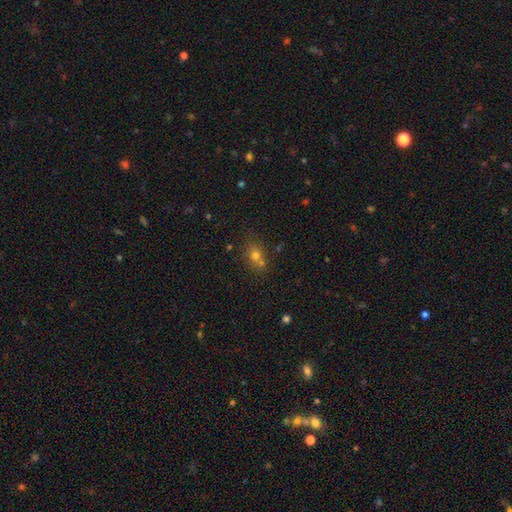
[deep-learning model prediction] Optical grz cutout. It shows a smooth galaxy with no disk features (64%) that is round (67%). Merging: none (55%).